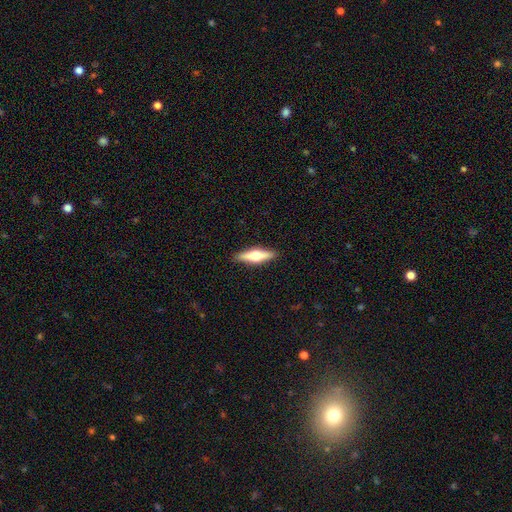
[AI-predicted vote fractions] Smooth or featured? Predicted: featured or disk (p=0.57). Edge-on disk? Predicted: yes (p=0.96). Edge-on bulge? Predicted: rounded (p=0.94). Merging? Predicted: none (p=0.91).